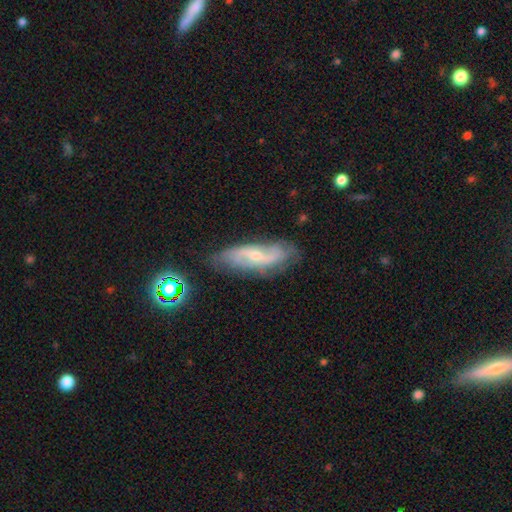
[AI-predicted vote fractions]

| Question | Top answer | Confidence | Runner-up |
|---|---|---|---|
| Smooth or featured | featured or disk | 73% | smooth (19%) |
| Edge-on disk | no | 83% | yes (17%) |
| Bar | weak | 42% | no (40%) |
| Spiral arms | yes | 89% | no (11%) |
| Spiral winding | loose | 49% | medium (33%) |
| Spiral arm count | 2 | 75% | can't tell (16%) |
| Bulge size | small | 64% | moderate (32%) |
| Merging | none | 72% | minor disturbance (20%) |